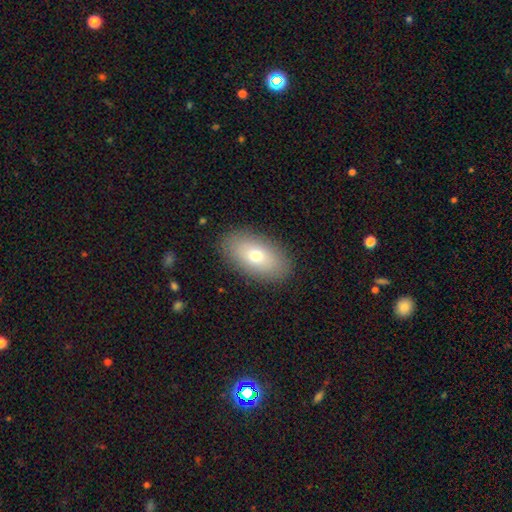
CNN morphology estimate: Smooth or featured: smooth — 72% (featured or disk — 19%)
How rounded: in between — 92% (round — 6%)
Merging: none — 88% (minor disturbance — 8%)